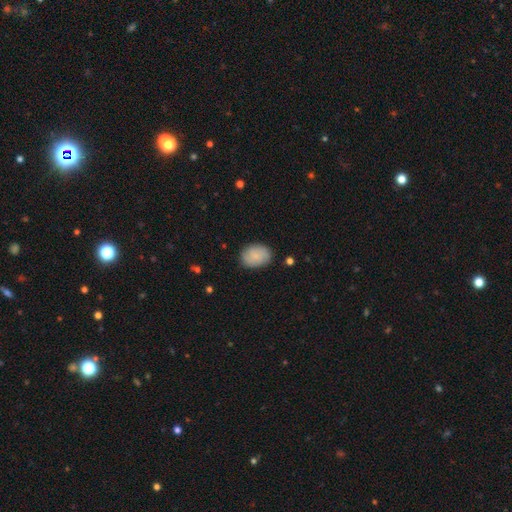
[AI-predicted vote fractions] Smooth or featured? smooth (76%)
How rounded? in between (75%)
Merging? none (83%)